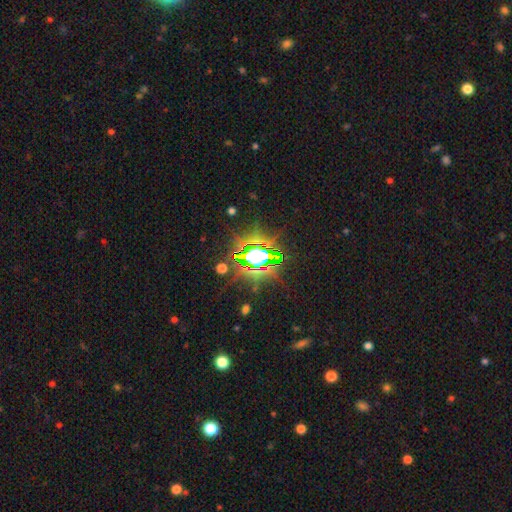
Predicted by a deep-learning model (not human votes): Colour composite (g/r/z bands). It shows a star or artifact, not a galaxy (75%).